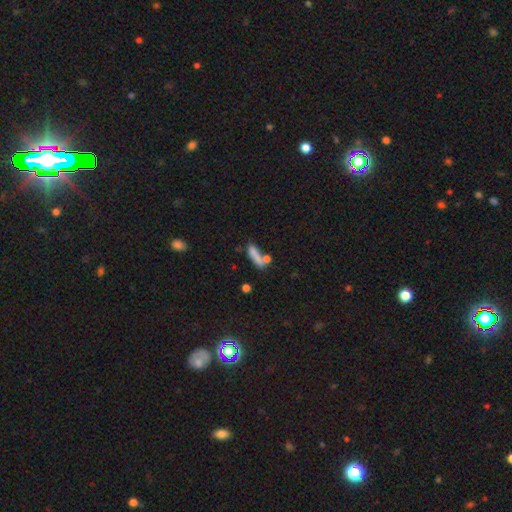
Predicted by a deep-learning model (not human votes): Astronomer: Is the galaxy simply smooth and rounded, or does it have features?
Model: smooth — 74%.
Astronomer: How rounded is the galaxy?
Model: cigar-shaped — 61%.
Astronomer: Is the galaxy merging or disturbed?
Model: none — 46% (runner-up: merger, 29%).